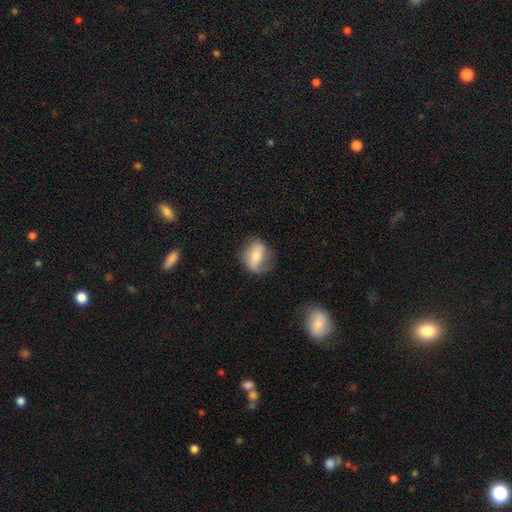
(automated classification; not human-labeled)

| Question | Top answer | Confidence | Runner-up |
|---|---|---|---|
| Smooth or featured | smooth | 55% | featured or disk (38%) |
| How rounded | in between | 64% | round (33%) |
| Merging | none | 63% | minor disturbance (25%) |